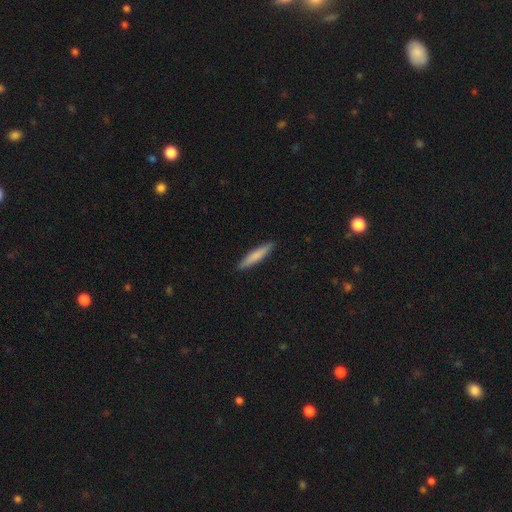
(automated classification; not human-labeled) A smooth galaxy with no disk features (78%) that is cigar-shaped (90%). Merging: none (91%).